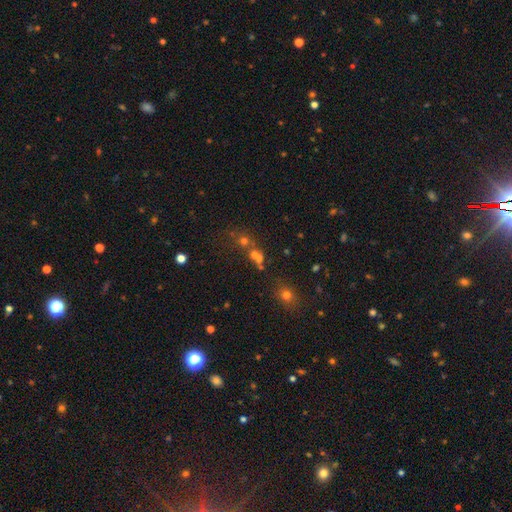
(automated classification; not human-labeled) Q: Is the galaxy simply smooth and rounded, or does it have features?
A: smooth — 48%.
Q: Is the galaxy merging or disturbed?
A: none — 46%.